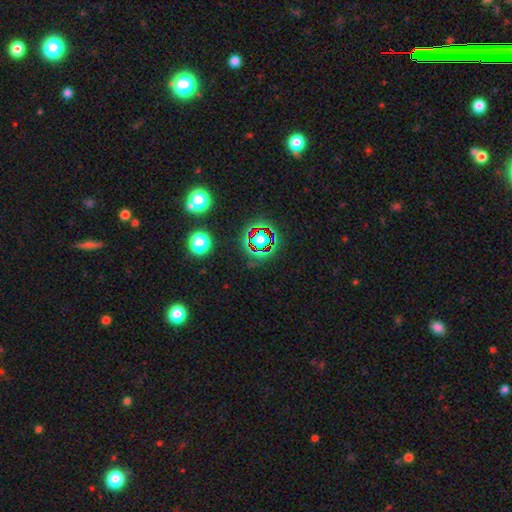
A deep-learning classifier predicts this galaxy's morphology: Q: Smooth or featured?
A: star or artifact (73%); runner-up: smooth (16%)